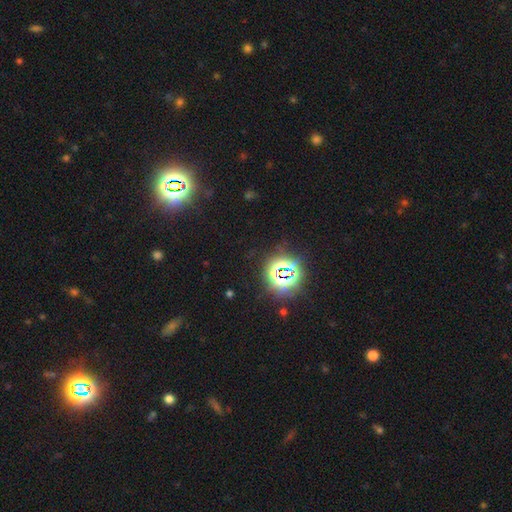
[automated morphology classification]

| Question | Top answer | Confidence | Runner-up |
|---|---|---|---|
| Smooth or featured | star or artifact | 77% | smooth (15%) |